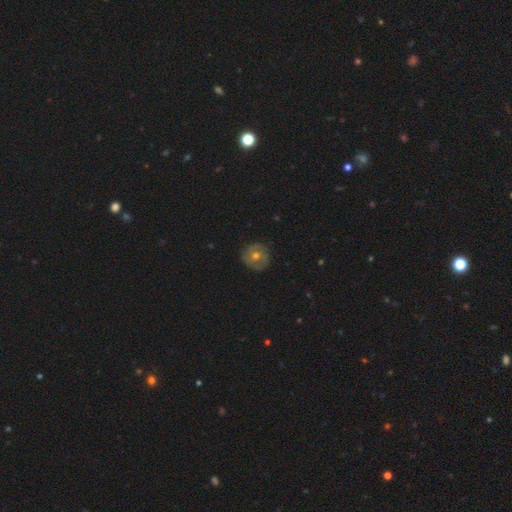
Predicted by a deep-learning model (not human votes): The model was most divided on "smooth or featured": featured or disk: 57%, smooth: 34%, star or artifact: 9%. More confident: edge-on disk — no (96%); merging — none (83%); bulge size — moderate (69%); spiral arms — yes (68%); bar — no (63%).